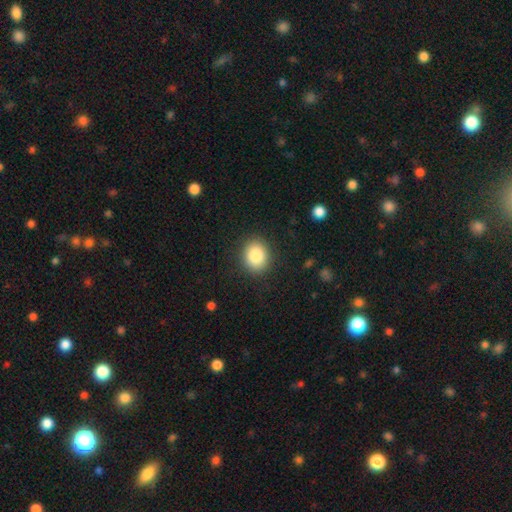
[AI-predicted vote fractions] The model was most divided on "how rounded": round: 65%, in between: 34%, cigar-shaped: 1%. More confident: merging — none (89%); smooth or featured — smooth (85%).